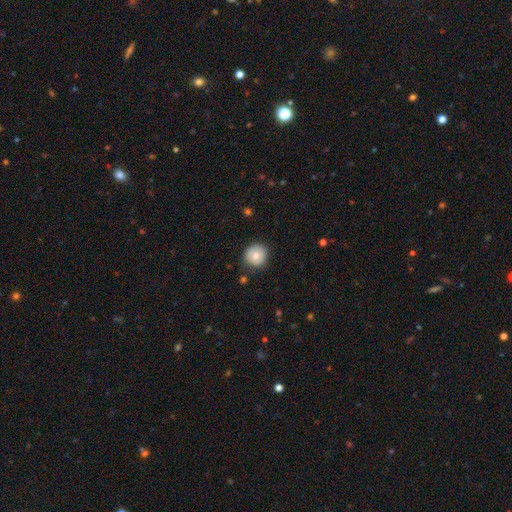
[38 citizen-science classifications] Smooth or featured?
  - smooth: 79% *
  - featured or disk: 16%
  - star or artifact: 5%
How rounded?
  - round: 97% *
  - in between: 3%
  - cigar-shaped: 0%
Merging?
  - none: 89% *
  - minor disturbance: 8%
  - merger: 3%
  - major disturbance: 0%